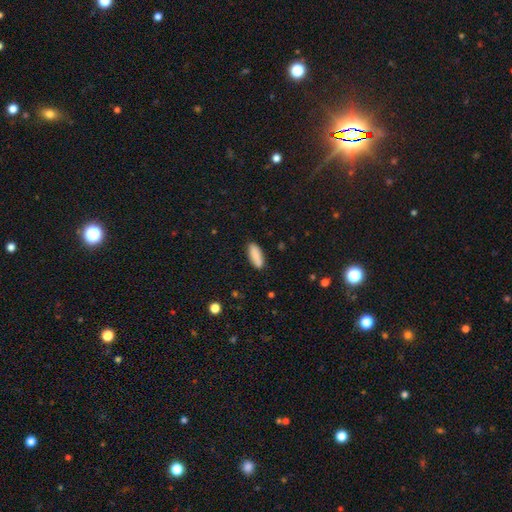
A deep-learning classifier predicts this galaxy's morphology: A smooth galaxy with no disk features (87%) that is in between round and cigar-shaped (74%).

Vote fractions:
- Smooth or featured? smooth: 87% / star or artifact: 7% / featured or disk: 6%
- How rounded? in between: 74% / cigar-shaped: 25% / round: 2%
- Merging? none: 84% / minor disturbance: 11% / major disturbance: 2% / merger: 2%